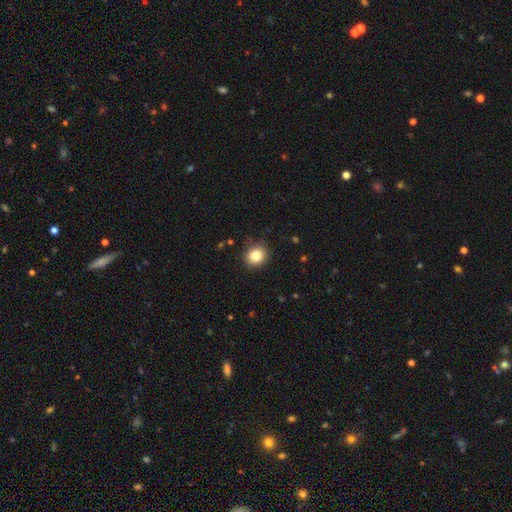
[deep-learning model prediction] Smooth or featured? smooth (83%)
How rounded? round (78%)
Merging? none (87%)